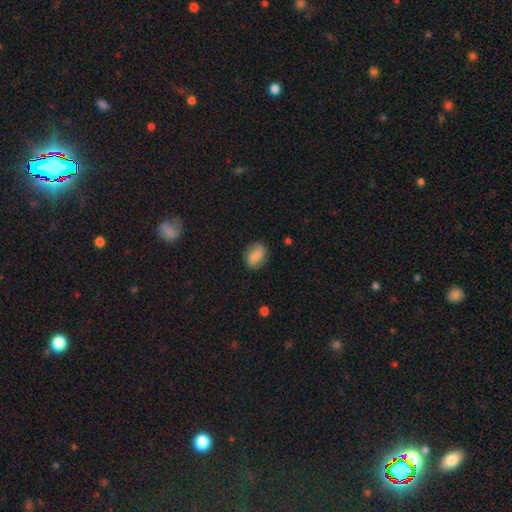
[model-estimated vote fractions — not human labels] Smooth or featured?
  - smooth: 72% *
  - featured or disk: 20%
  - star or artifact: 8%
How rounded?
  - in between: 70% *
  - round: 27%
  - cigar-shaped: 3%
Merging?
  - none: 82% *
  - minor disturbance: 13%
  - major disturbance: 3%
  - merger: 1%